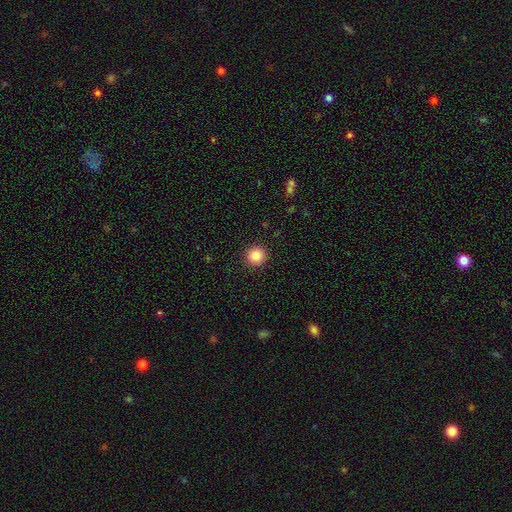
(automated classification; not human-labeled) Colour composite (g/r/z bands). It shows a smooth galaxy with no disk features (84%) that is round (95%). Merging: none (92%).